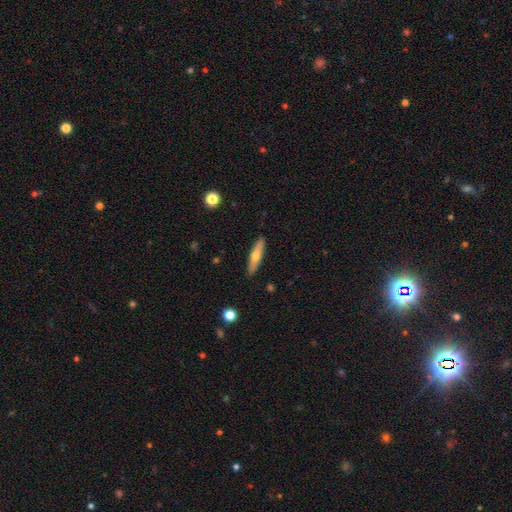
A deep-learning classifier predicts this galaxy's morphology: Smooth or featured: smooth — 53% (featured or disk — 41%)
How rounded: cigar-shaped — 81% (in between — 17%)
Merging: none — 90% (minor disturbance — 7%)